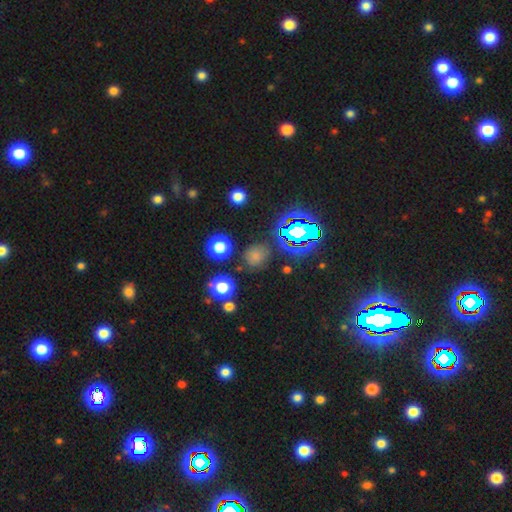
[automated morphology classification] type=smooth (61%); roundness=round (79%); merging=none (79%).